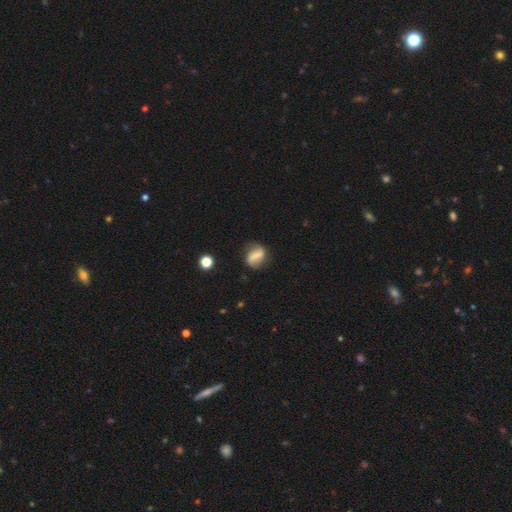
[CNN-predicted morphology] A featured or disk galaxy (45%, tied with smooth). Merging: none (69%).